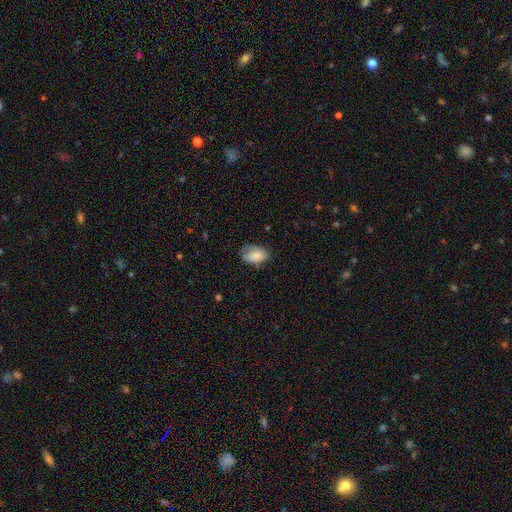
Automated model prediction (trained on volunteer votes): This appears to be a smooth galaxy with no disk features (74%) that is in between round and cigar-shaped (88%). Merging: none (60%).